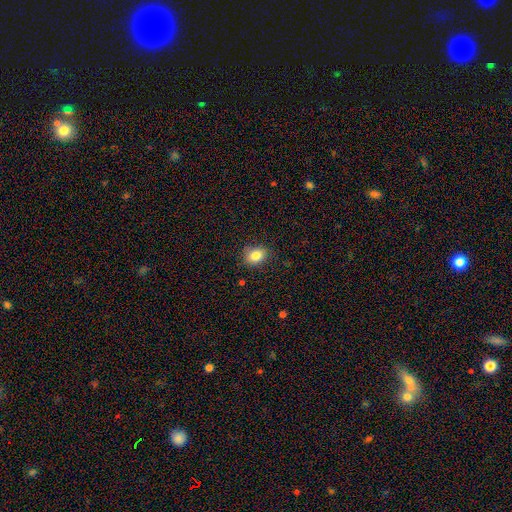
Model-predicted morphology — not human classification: Q: Smooth or featured?
A: smooth (83%); runner-up: star or artifact (9%)
Q: How rounded?
A: in between (60%); runner-up: round (39%)
Q: Merging?
A: none (82%); runner-up: minor disturbance (14%)